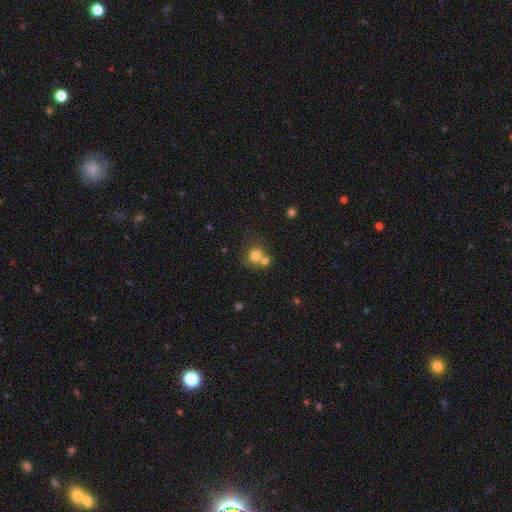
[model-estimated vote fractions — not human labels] smooth-or-featured: smooth: 76% | star or artifact: 13% | featured or disk: 11%
  how-rounded: round: 84% | in between: 15% | cigar-shaped: 1%
  merging: none: 47% | merger: 41% | minor disturbance: 8% | major disturbance: 4%